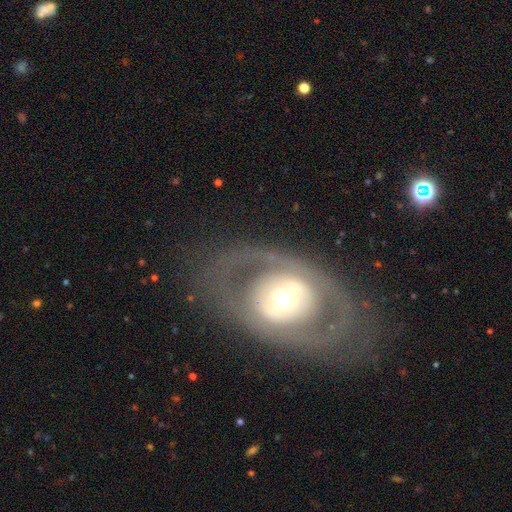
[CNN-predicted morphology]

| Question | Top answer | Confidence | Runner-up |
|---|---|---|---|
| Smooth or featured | featured or disk | 72% | smooth (21%) |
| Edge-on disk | no | 91% | yes (9%) |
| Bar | no | 70% | weak (19%) |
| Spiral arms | no | 64% | yes (36%) |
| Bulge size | moderate | 55% | large (24%) |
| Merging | none | 78% | minor disturbance (11%) |